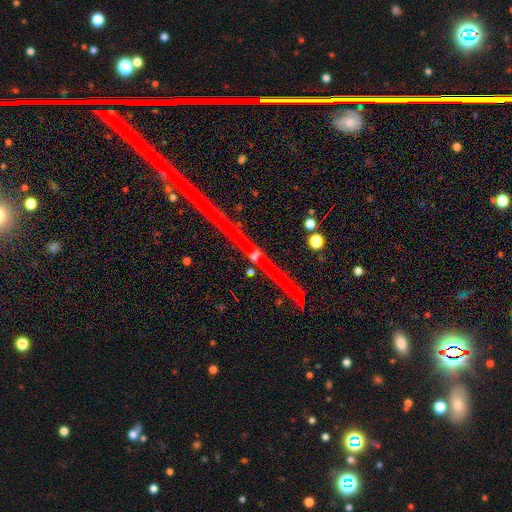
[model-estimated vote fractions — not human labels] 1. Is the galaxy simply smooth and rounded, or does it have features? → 78% star or artifact, 12% featured or disk, 10% smooth.